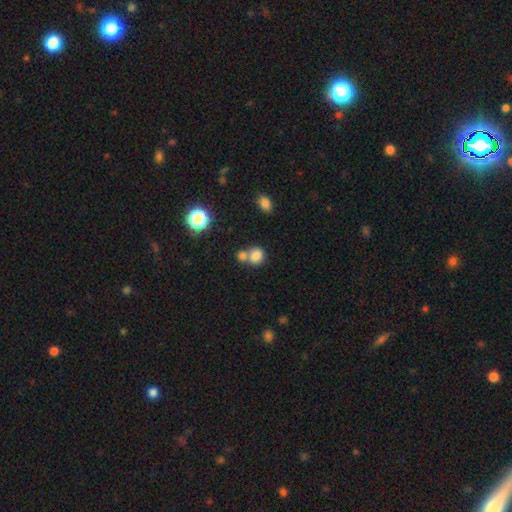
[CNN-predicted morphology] Smooth or featured? smooth (80%)
How rounded? round (69%)
Merging? merger (46%)